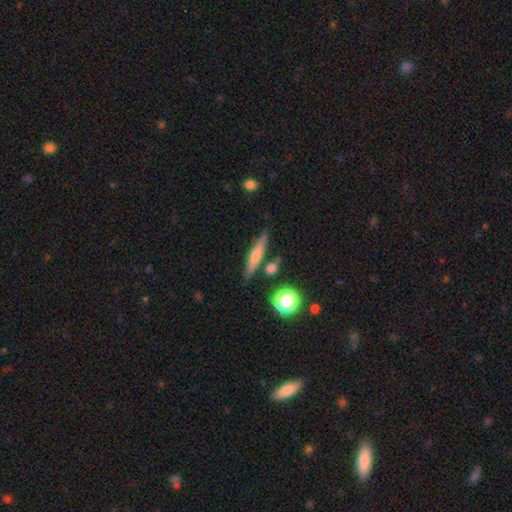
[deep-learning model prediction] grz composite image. It shows a smooth galaxy with no disk features (57%) that is cigar-shaped (83%). Merging: none (80%).